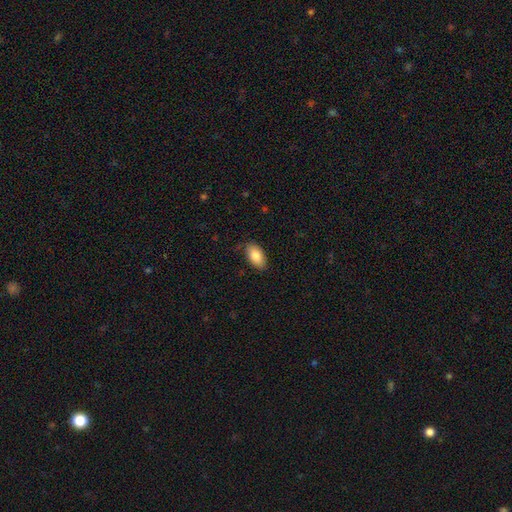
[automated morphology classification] Smooth or featured?
  - smooth: 85% *
  - featured or disk: 8%
  - star or artifact: 7%
How rounded?
  - in between: 94% *
  - round: 4%
  - cigar-shaped: 3%
Merging?
  - none: 82% *
  - minor disturbance: 14%
  - major disturbance: 3%
  - merger: 1%